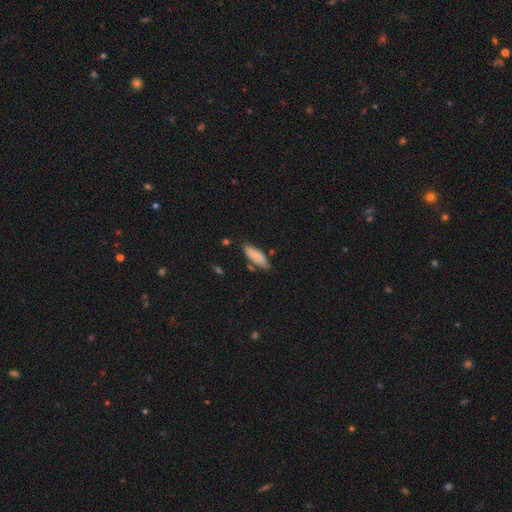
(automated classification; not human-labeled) Smooth or featured: smooth — 79% (featured or disk — 14%)
How rounded: in between — 63% (cigar-shaped — 36%)
Merging: none — 66% (minor disturbance — 24%)